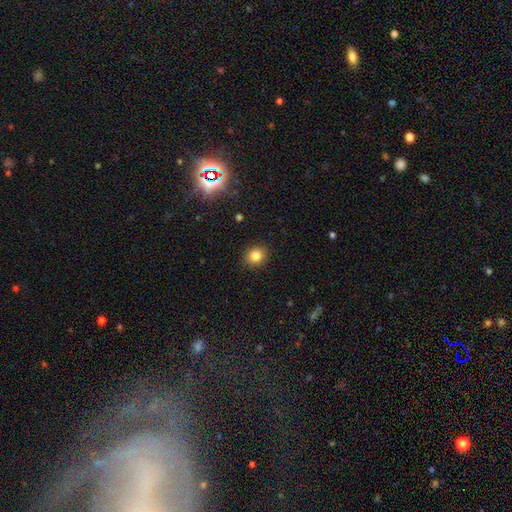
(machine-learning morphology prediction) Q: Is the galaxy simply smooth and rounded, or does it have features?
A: smooth — 82%.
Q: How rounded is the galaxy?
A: round — 70%.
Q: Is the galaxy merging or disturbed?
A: none — 89%.